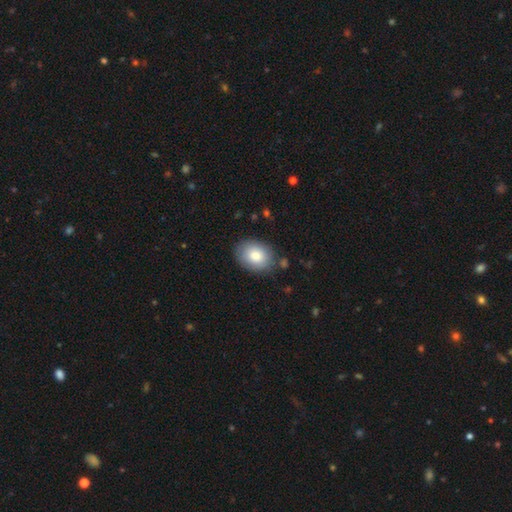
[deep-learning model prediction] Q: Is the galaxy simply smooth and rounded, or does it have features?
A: smooth — 83%.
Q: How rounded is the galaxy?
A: in between — 68%.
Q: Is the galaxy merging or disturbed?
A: none — 81%.